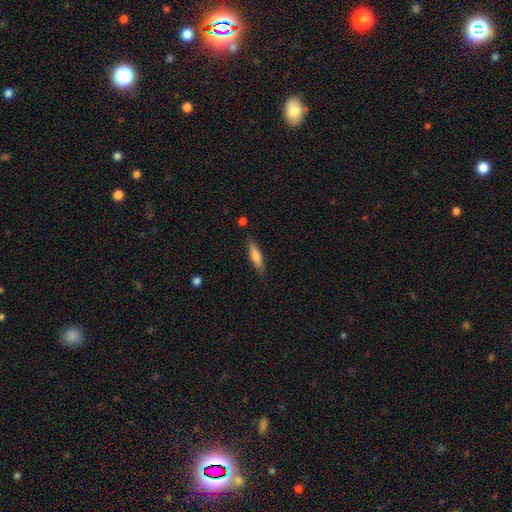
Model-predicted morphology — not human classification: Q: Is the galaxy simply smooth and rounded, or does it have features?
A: smooth — 70%.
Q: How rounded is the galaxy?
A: cigar-shaped — 73%.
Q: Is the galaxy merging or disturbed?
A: none — 83%.